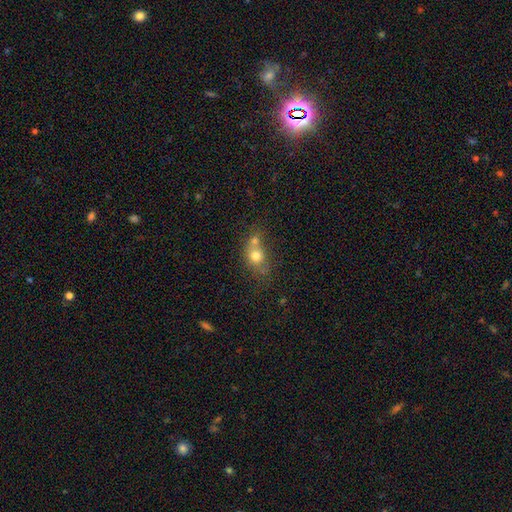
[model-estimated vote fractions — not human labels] A smooth galaxy with no disk features (72%) that is round (64%).

Vote fractions:
- Smooth or featured? smooth: 72% / featured or disk: 16% / star or artifact: 12%
- How rounded? round: 64% / in between: 35% / cigar-shaped: 2%
- Merging? merger: 51% / none: 33% / minor disturbance: 11% / major disturbance: 5%